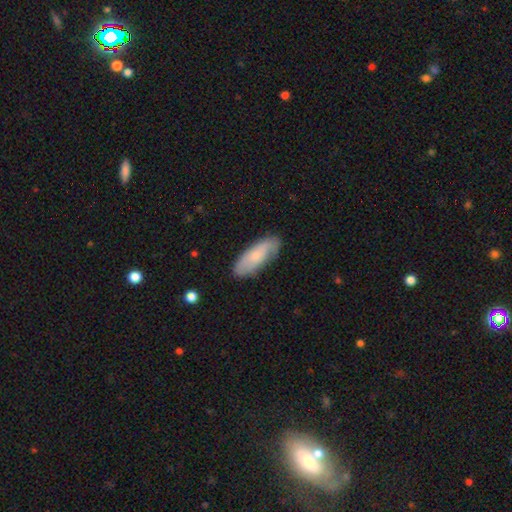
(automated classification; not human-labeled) The model was most divided on "smooth or featured": smooth: 63%, featured or disk: 31%, star or artifact: 6%. More confident: merging — none (77%); how rounded — in between (72%).